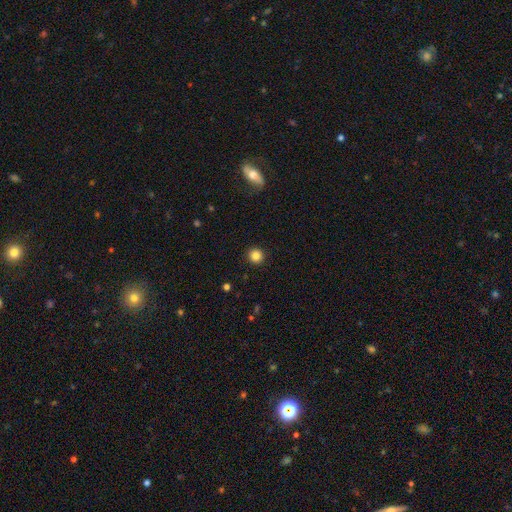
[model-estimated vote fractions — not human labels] Smooth or featured: smooth — 84% (star or artifact — 12%)
How rounded: round — 94% (in between — 5%)
Merging: none — 93% (minor disturbance — 5%)